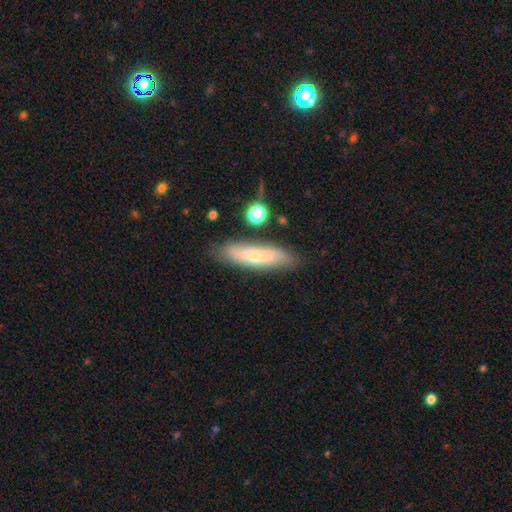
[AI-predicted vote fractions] This appears to be a smooth galaxy with no disk features (60%) that is cigar-shaped (68%). Merging: none (79%).